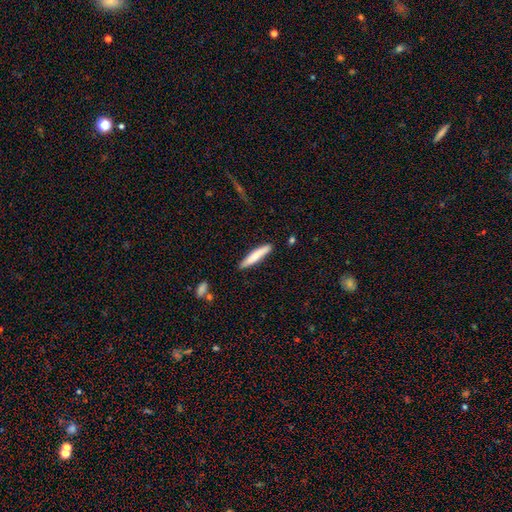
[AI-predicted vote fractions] Smooth or featured? Predicted: smooth (p=0.75). How rounded? Predicted: cigar-shaped (p=0.91). Merging? Predicted: none (p=0.85).